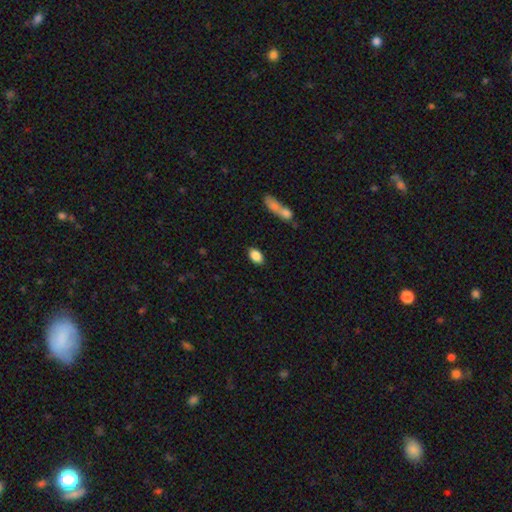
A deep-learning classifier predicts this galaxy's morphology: smooth 87%, star or artifact 7%, featured or disk 6%. Down the decision tree: how rounded — in between (89%); merging — none (85%).